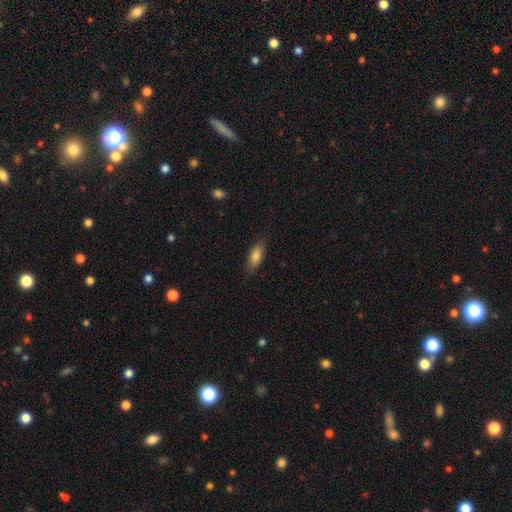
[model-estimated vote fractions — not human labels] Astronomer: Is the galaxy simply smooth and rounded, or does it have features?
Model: smooth — 82%.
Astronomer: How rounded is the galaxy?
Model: in between — 74%.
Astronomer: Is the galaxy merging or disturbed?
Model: none — 81%.